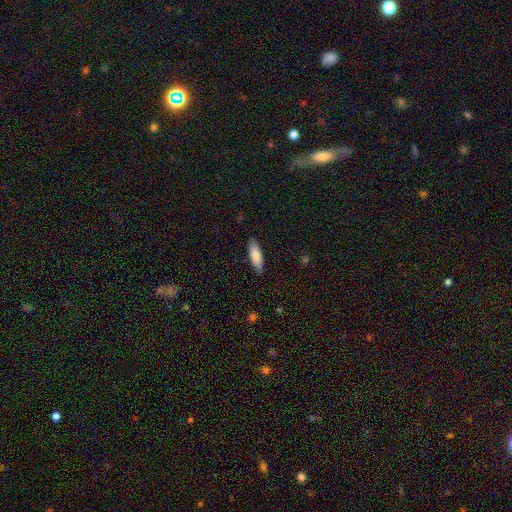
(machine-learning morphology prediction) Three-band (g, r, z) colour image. It shows a smooth galaxy with no disk features (82%) that is cigar-shaped (52%). Merging: none (88%).